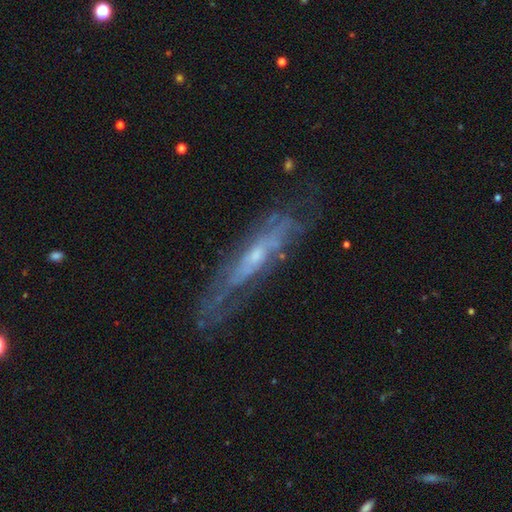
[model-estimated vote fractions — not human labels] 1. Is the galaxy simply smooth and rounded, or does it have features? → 72% featured or disk, 19% smooth, 9% star or artifact.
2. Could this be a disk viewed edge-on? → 52% yes, 48% no.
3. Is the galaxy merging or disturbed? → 63% none, 23% minor disturbance, 13% major disturbance, 2% merger.